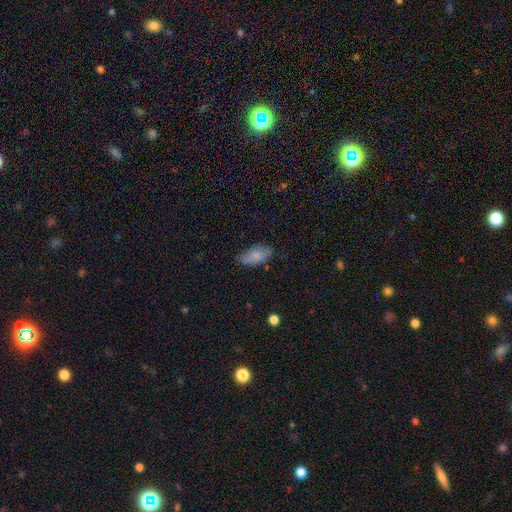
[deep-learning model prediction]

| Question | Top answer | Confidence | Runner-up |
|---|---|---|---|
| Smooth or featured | smooth | 77% | featured or disk (16%) |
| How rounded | in between | 89% | cigar-shaped (9%) |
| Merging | none | 72% | minor disturbance (22%) |